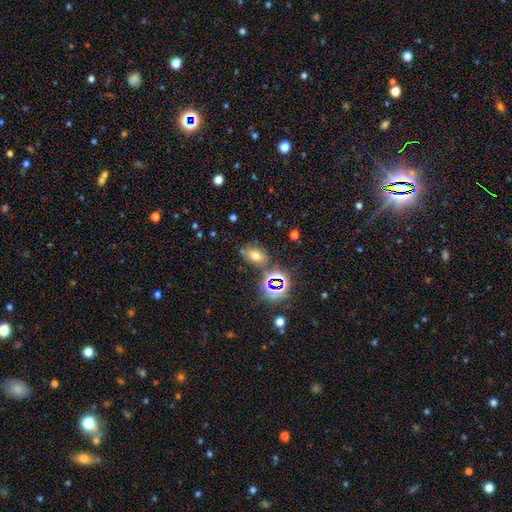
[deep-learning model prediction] This appears to be a smooth galaxy with no disk features (57%) that is in between round and cigar-shaped (79%). Merging: none (69%).